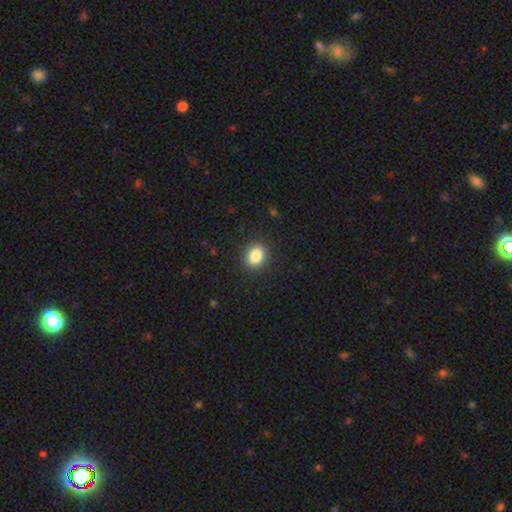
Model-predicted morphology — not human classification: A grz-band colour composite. It shows a smooth galaxy with no disk features (85%) that is round (53%). Merging: none (89%).